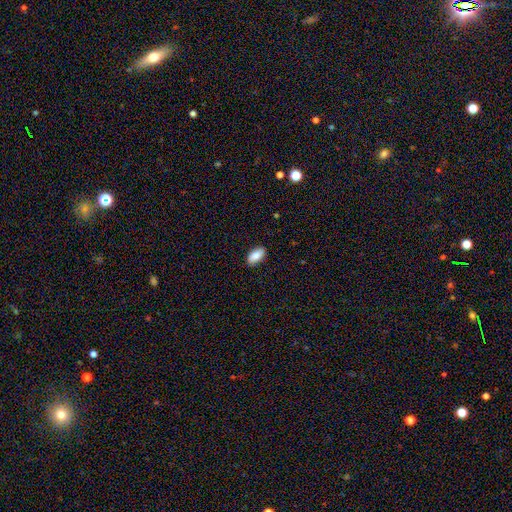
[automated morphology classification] A smooth galaxy with no disk features (86%) that is in between round and cigar-shaped (93%). Merging: none (88%).